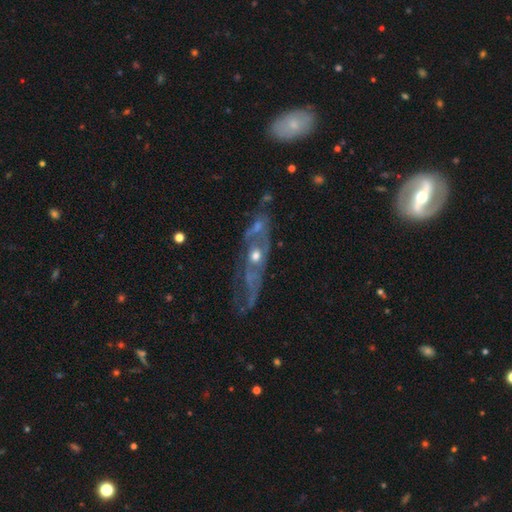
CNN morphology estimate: type=featured or disk (78%); edge-on=no (75%); bar=no (80%); spiral arms=yes (66%); bulge=moderate (61%); merging=none (49%).